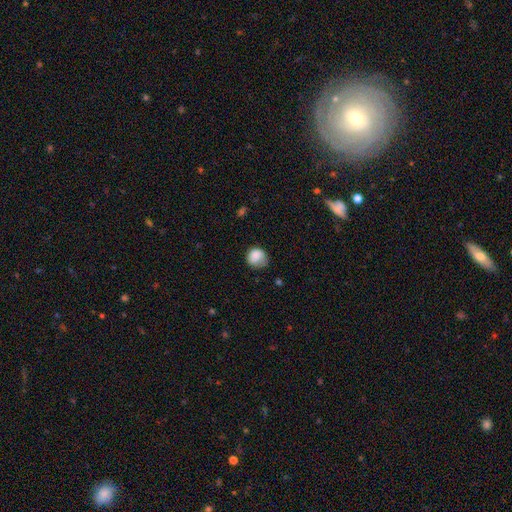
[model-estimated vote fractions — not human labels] This is clearly a smooth galaxy (83%). How rounded: likely round (77%). Merging: possibly none (53%).